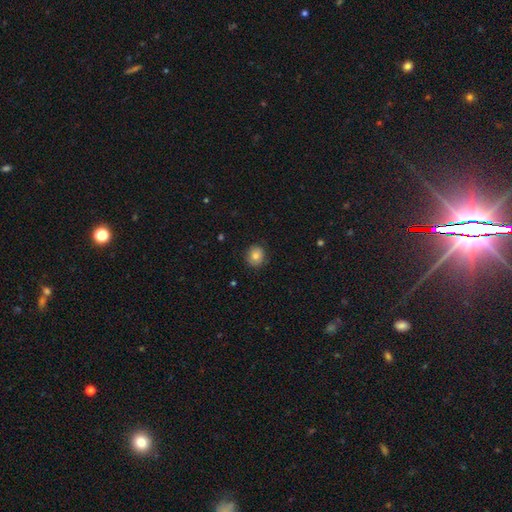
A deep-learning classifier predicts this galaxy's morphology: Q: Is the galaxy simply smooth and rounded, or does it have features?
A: smooth — 80%.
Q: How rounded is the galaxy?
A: round — 80%.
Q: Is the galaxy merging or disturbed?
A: none — 86%.